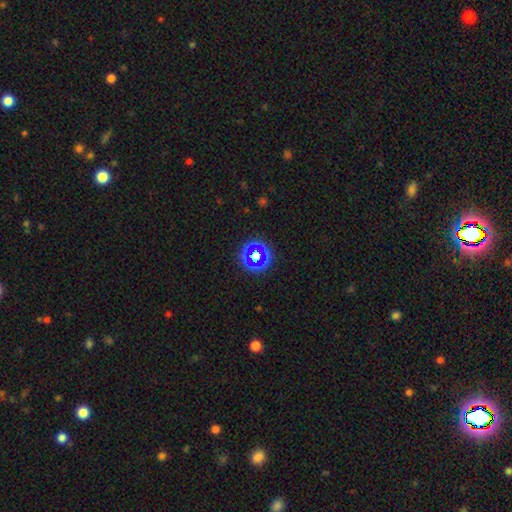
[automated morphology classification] This is possibly a star or artifact rather than a galaxy (54%).